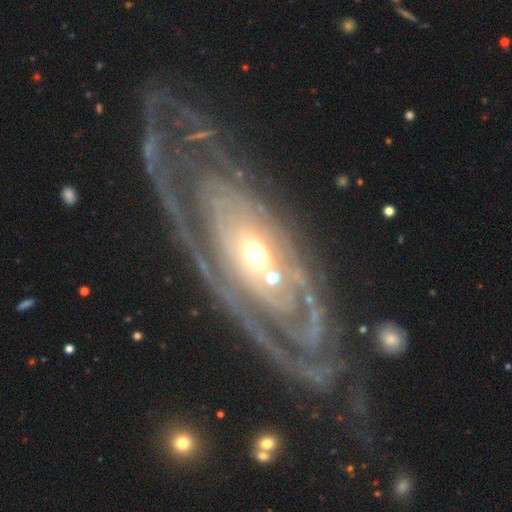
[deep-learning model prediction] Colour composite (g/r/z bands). It shows a featured or disk galaxy (87%) with no bar (76%), tight (69%) spiral arms (86%) and a moderate central bulge (55%). Merging: none (64%).